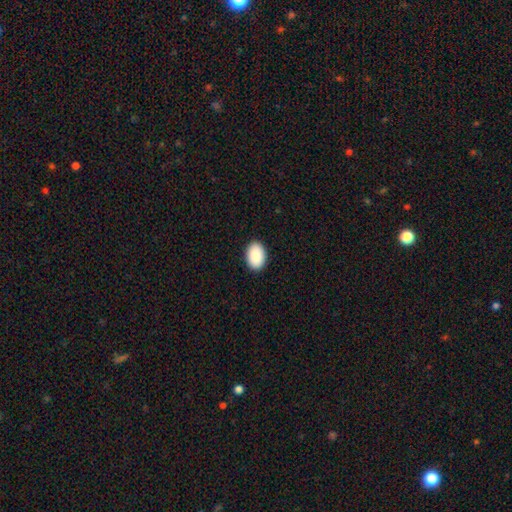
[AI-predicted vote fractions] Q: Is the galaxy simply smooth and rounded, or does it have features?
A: smooth — 90%.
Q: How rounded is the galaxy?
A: in between — 86%.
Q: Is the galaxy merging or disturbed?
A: none — 91%.